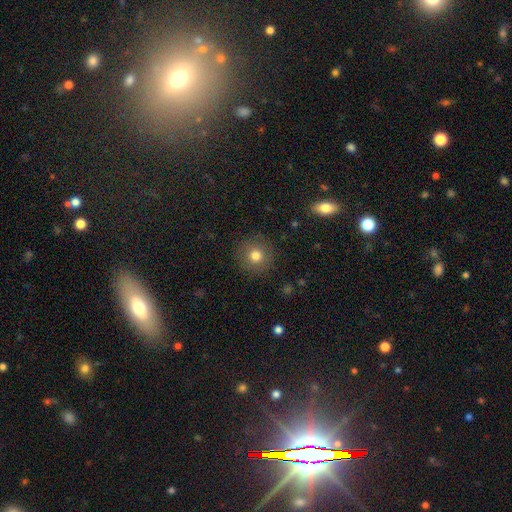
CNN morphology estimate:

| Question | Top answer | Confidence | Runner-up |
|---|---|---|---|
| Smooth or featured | smooth | 78% | star or artifact (12%) |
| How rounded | round | 94% | in between (5%) |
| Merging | none | 89% | minor disturbance (7%) |